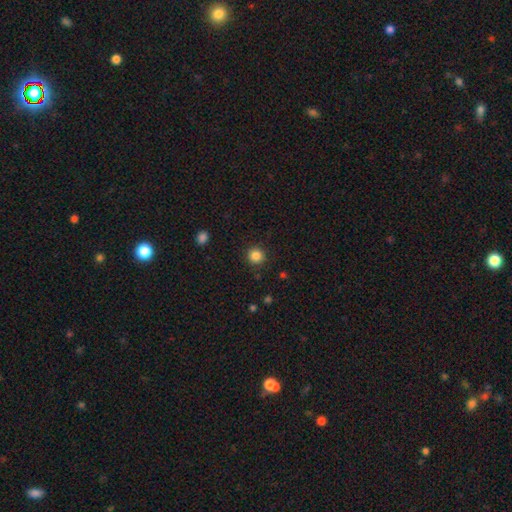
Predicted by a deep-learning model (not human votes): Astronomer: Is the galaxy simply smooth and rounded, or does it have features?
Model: smooth — 85%.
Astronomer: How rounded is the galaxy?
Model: round — 94%.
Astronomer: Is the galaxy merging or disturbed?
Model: none — 91%.